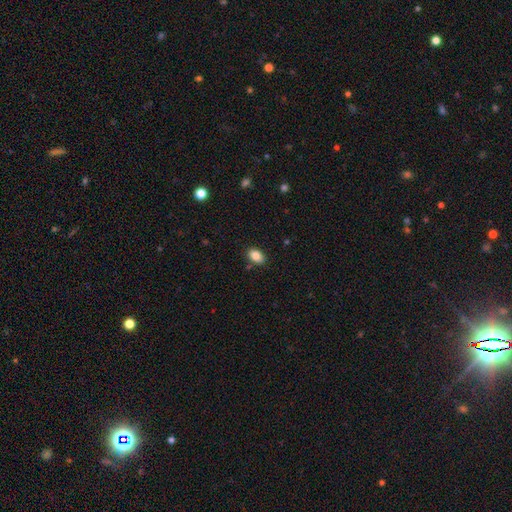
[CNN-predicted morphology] Q: Smooth or featured?
A: smooth (86%); runner-up: star or artifact (9%)
Q: How rounded?
A: in between (88%); runner-up: round (11%)
Q: Merging?
A: none (84%); runner-up: minor disturbance (11%)